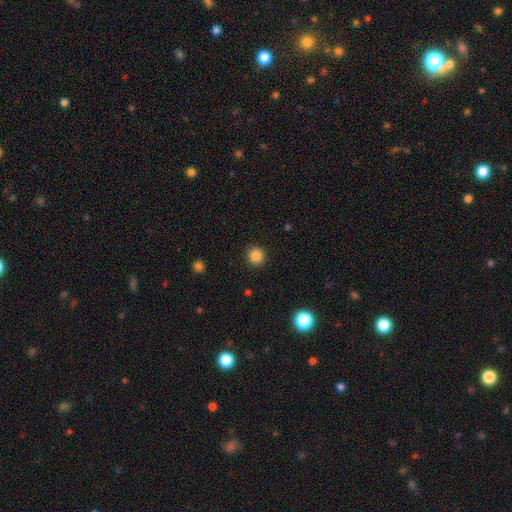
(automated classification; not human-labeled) smooth-or-featured: smooth: 86% | star or artifact: 11% | featured or disk: 3%
  how-rounded: round: 94% | in between: 5% | cigar-shaped: 1%
  merging: none: 92% | minor disturbance: 5% | major disturbance: 2% | merger: 1%